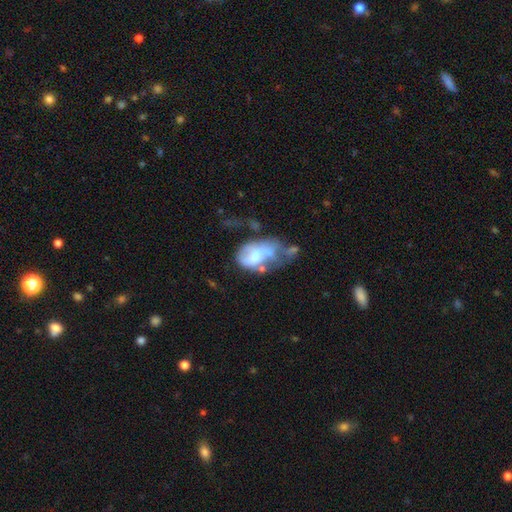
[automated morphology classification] Smooth or featured?
  - featured or disk: 60% *
  - smooth: 32%
  - star or artifact: 8%
Edge-on disk?
  - no: 97% *
  - yes: 3%
Bar?
  - no: 53% *
  - weak: 36%
  - strong: 11%
Spiral arms?
  - yes: 50% * (tied)
  - no: 50% * (tied)
Bulge size?
  - moderate: 53% *
  - small: 23%
  - large: 13%
  - none: 9%
  - dominant: 2%
Merging?
  - major disturbance: 40% *
  - merger: 22%
  - minor disturbance: 20%
  - none: 18%